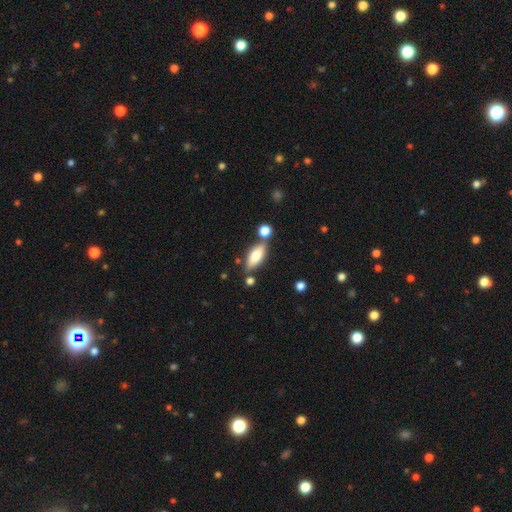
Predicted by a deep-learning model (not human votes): Q: Smooth or featured?
A: smooth (68%); runner-up: featured or disk (24%)
Q: How rounded?
A: in between (74%); runner-up: cigar-shaped (23%)
Q: Merging?
A: none (69%); runner-up: merger (14%)